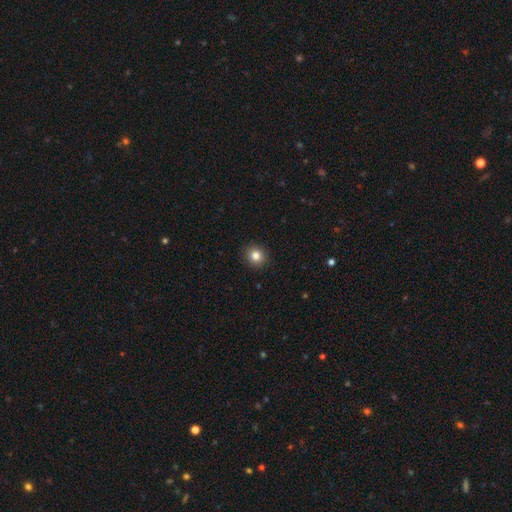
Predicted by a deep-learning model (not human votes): This is clearly a smooth galaxy (83%). How rounded: clearly round (88%). Merging: clearly none (92%).